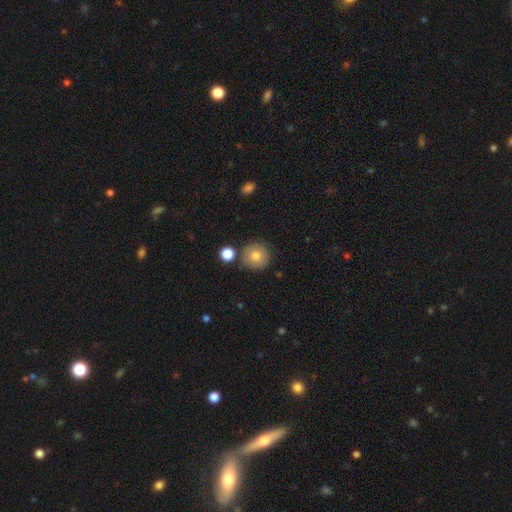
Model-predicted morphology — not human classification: smooth_or_featured: smooth (p=0.78) [alt: featured or disk p=0.12]
how_rounded: round (p=0.94) [alt: in between p=0.05]
merging: none (p=0.82) [alt: minor disturbance p=0.09]